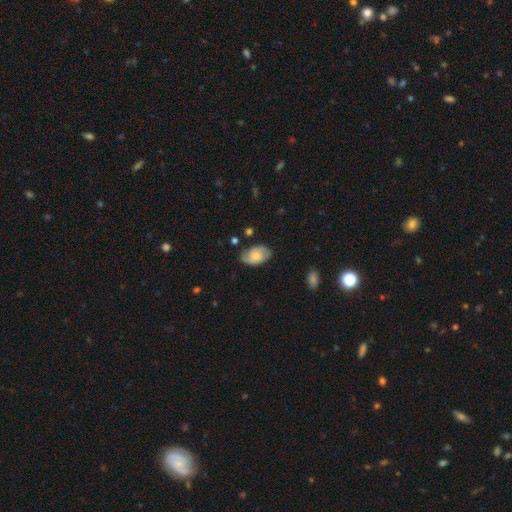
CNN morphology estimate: smooth-or-featured: smooth: 49% | featured or disk: 43% | star or artifact: 8%
  merging: none: 70% | minor disturbance: 22% | major disturbance: 6% | merger: 2%